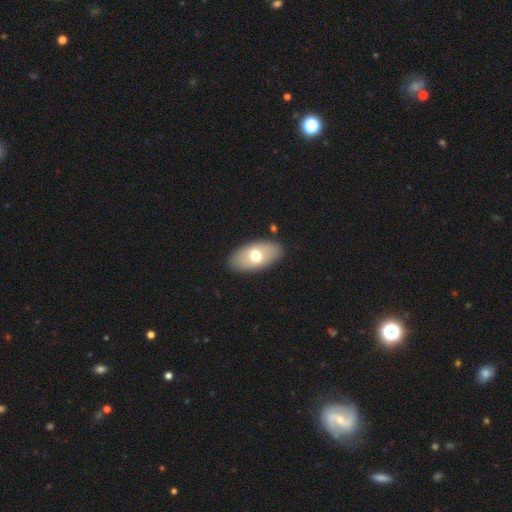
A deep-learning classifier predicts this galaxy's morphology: The model was most divided on "smooth or featured": smooth: 63%, featured or disk: 30%, star or artifact: 6%. More confident: how rounded — in between (93%); merging — none (88%).